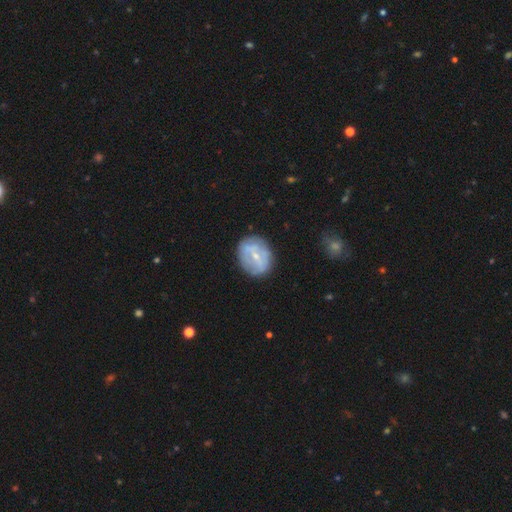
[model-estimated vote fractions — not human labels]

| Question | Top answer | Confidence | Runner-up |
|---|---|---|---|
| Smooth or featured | featured or disk | 59% | smooth (34%) |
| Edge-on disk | no | 95% | yes (5%) |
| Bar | weak | 42% | strong (30%) |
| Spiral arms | no | 63% | yes (37%) |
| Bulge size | small | 67% | moderate (28%) |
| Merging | none | 75% | minor disturbance (17%) |